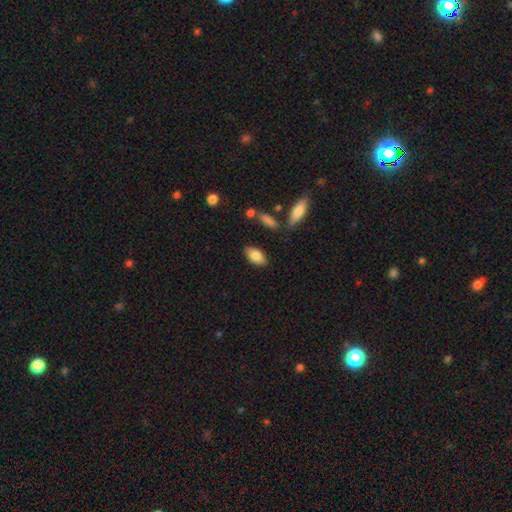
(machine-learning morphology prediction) This appears to be a smooth galaxy with no disk features (84%) that is in between round and cigar-shaped (91%). Merging: none (82%).